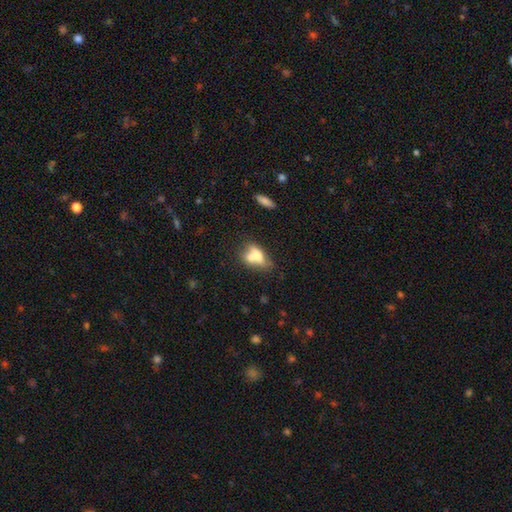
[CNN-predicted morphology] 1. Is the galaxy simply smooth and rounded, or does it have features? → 60% smooth, 31% featured or disk, 9% star or artifact.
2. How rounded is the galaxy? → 71% in between, 15% cigar-shaped, 13% round.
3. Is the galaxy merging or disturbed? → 50% merger, 31% none, 12% minor disturbance, 7% major disturbance.